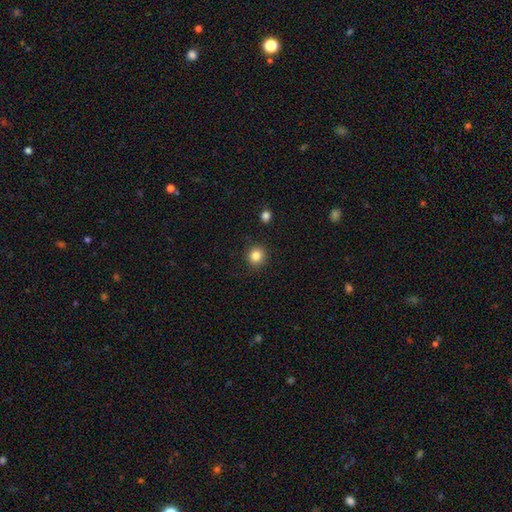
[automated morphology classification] Smooth or featured? smooth (84%)
How rounded? round (90%)
Merging? none (90%)